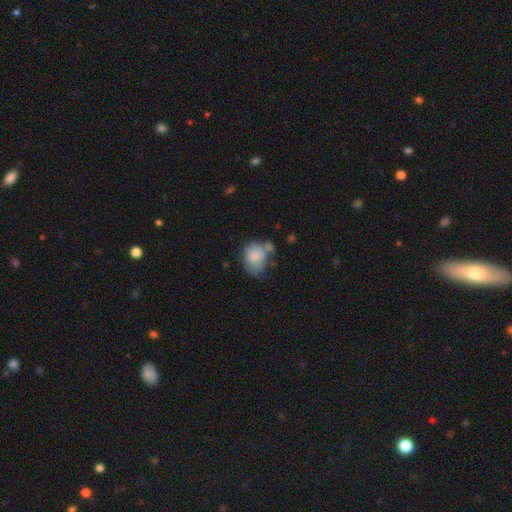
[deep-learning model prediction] Smooth or featured?
  - smooth: 75% *
  - featured or disk: 17%
  - star or artifact: 8%
How rounded?
  - round: 54% *
  - in between: 45%
  - cigar-shaped: 1%
Merging?
  - none: 35% *
  - minor disturbance: 28%
  - merger: 22%
  - major disturbance: 15%